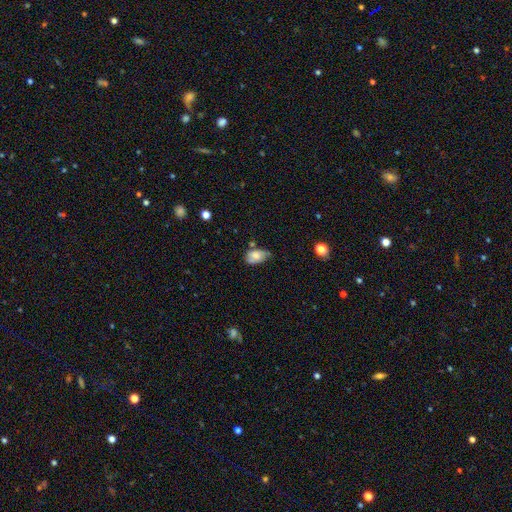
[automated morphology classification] Smooth or featured?
  - smooth: 66% *
  - featured or disk: 25%
  - star or artifact: 9%
How rounded?
  - in between: 90% *
  - round: 8%
  - cigar-shaped: 2%
Merging?
  - none: 53% *
  - minor disturbance: 32%
  - major disturbance: 8%
  - merger: 7%